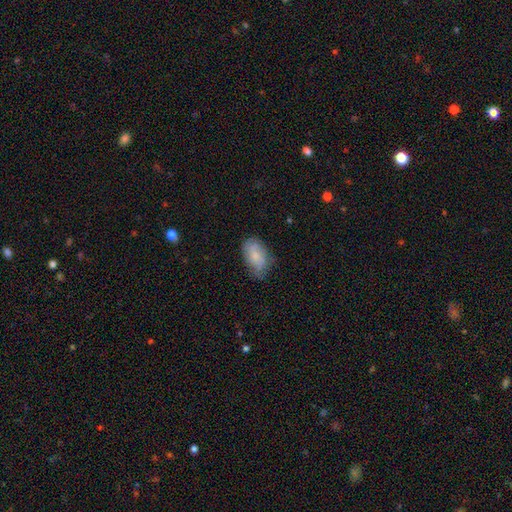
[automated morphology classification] Smooth or featured: smooth — 67% (featured or disk — 26%)
How rounded: in between — 91% (round — 7%)
Merging: none — 57% (minor disturbance — 33%)